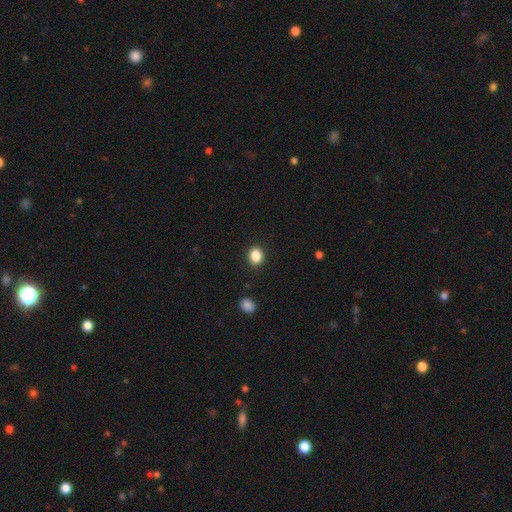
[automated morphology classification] Smooth or featured? smooth (87%)
How rounded? round (50%)
Merging? none (89%)